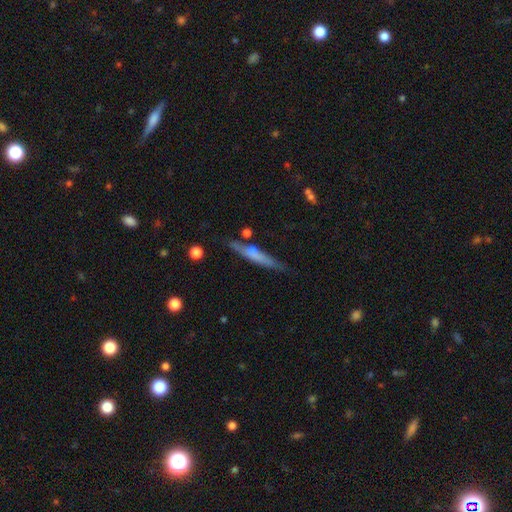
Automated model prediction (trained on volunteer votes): This is possibly a featured or disk galaxy (51%). It is clearly viewed edge-on (92%). Merging: likely none (77%).